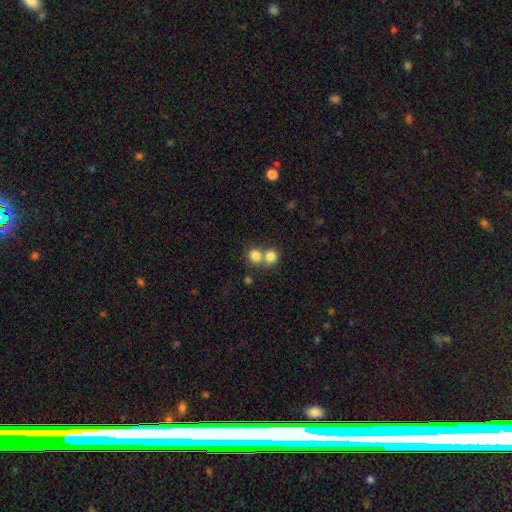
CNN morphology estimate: Q: Smooth or featured?
A: smooth (81%); runner-up: star or artifact (11%)
Q: How rounded?
A: round (84%); runner-up: in between (15%)
Q: Merging?
A: merger (49%); runner-up: none (43%)